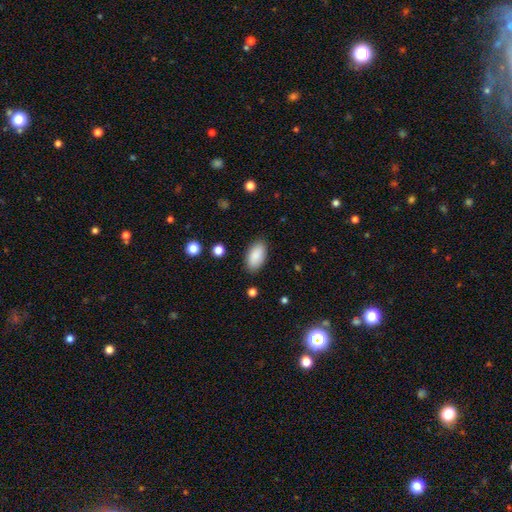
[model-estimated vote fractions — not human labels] Smooth or featured? Predicted: smooth (p=0.89). How rounded? Predicted: in between (p=0.94). Merging? Predicted: none (p=0.87).